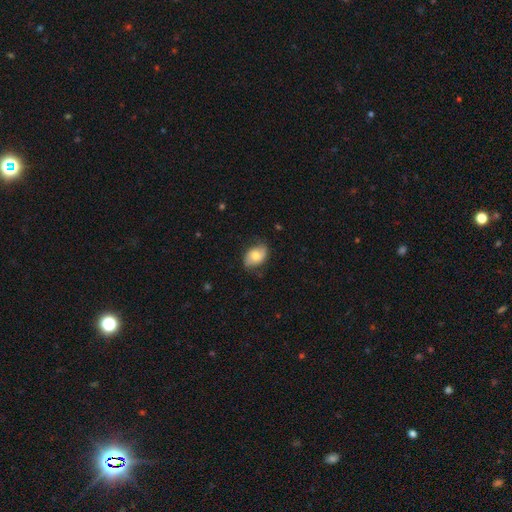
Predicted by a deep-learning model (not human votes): Morphology: type=smooth (65%); roundness=in between (83%); merging=none (72%).